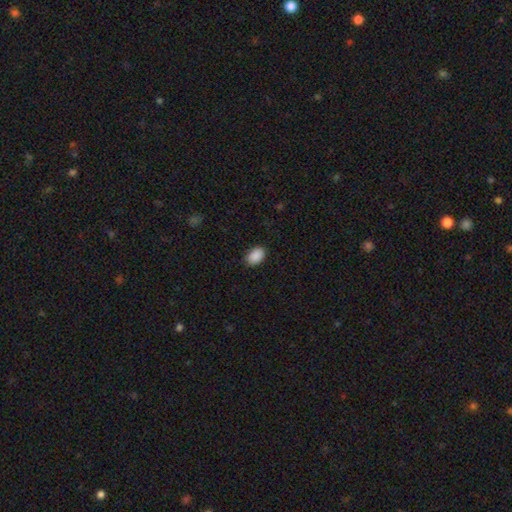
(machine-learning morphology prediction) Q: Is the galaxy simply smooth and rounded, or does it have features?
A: smooth — 90%.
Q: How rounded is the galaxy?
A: in between — 85%.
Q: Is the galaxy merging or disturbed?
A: none — 85%.